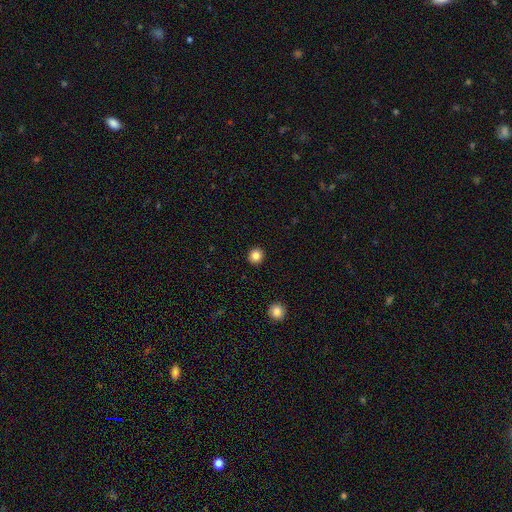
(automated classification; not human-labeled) A smooth galaxy with no disk features (84%) that is round (93%). Merging: none (93%).